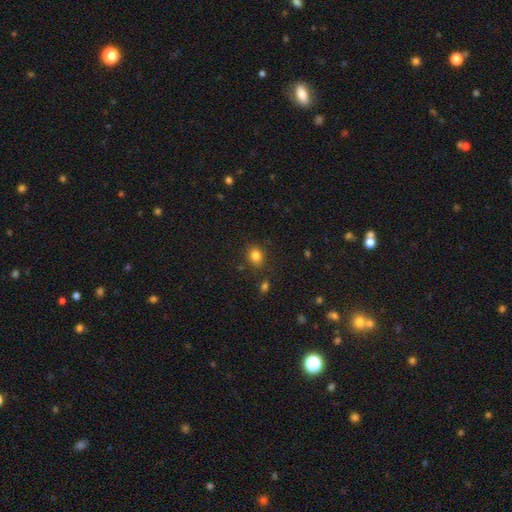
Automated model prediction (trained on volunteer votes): Smooth or featured?
  - smooth: 83% *
  - star or artifact: 12%
  - featured or disk: 6%
How rounded?
  - round: 58% *
  - in between: 41%
  - cigar-shaped: 1%
Merging?
  - none: 83% *
  - minor disturbance: 10%
  - merger: 3%
  - major disturbance: 3%